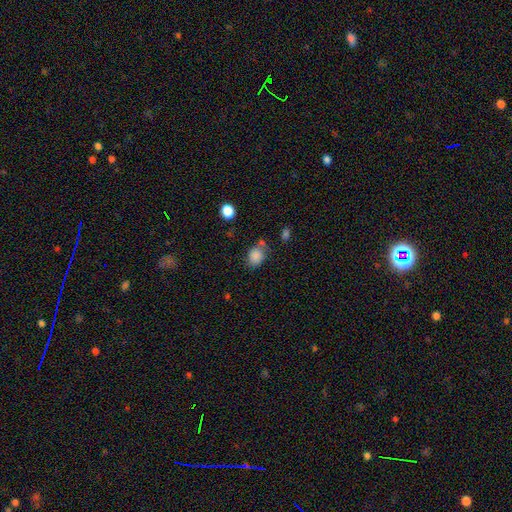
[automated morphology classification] A smooth galaxy with no disk features (84%) that is in between round and cigar-shaped (52%).

Vote fractions:
- Smooth or featured? smooth: 84% / star or artifact: 10% / featured or disk: 6%
- How rounded? in between: 52% / round: 47% / cigar-shaped: 1%
- Merging? none: 61% / minor disturbance: 21% / merger: 11% / major disturbance: 7%